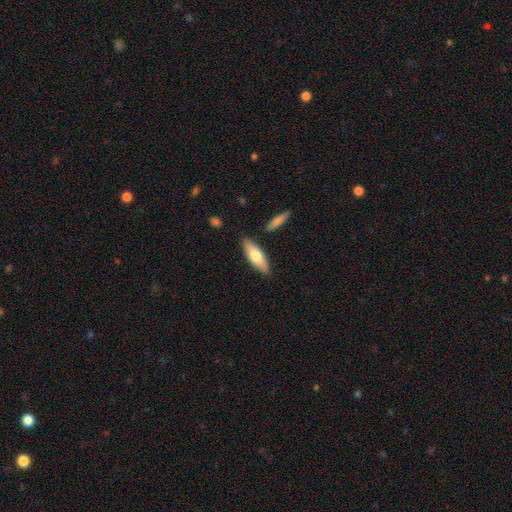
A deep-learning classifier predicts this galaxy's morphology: smooth 70%, featured or disk 25%, star or artifact 5%. Down the decision tree: how rounded — in between (53%); merging — none (84%).